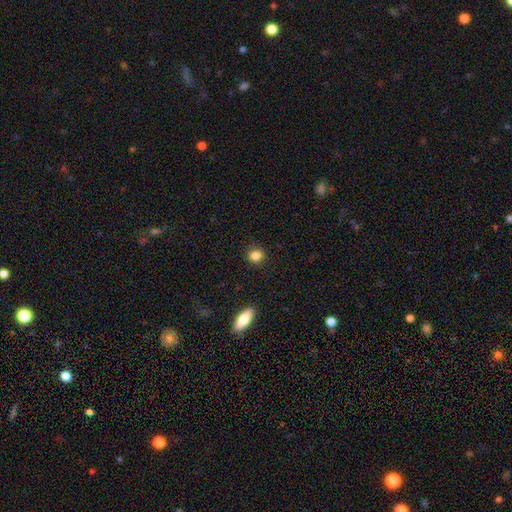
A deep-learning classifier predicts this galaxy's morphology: smooth 85%, star or artifact 10%, featured or disk 5%. Down the decision tree: how rounded — round (73%); merging — none (89%).